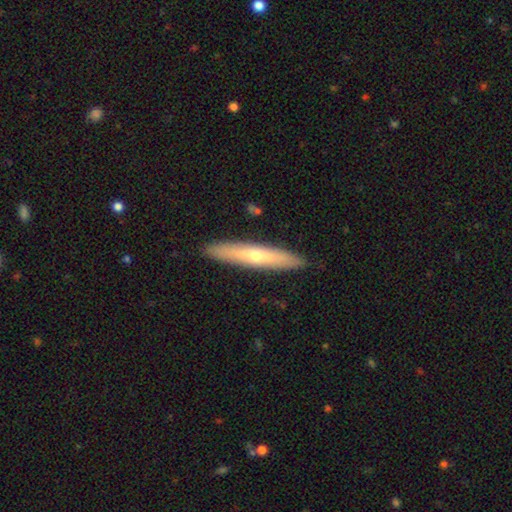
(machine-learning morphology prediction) Smooth or featured? featured or disk (48%)
Merging? none (91%)